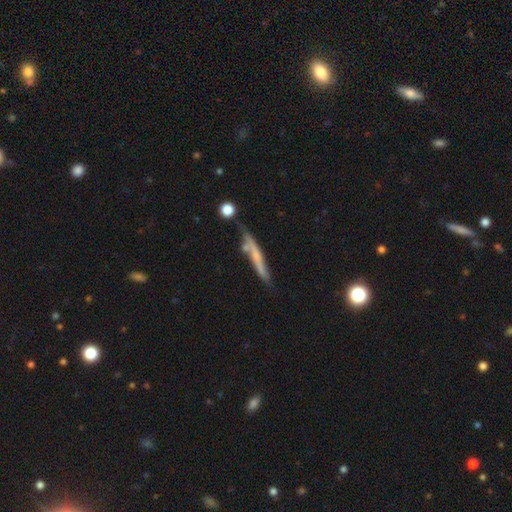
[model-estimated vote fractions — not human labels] Overall: featured or disk (51%; smooth 41%). Edge-on disk: yes (83%). Merging: none (62%).